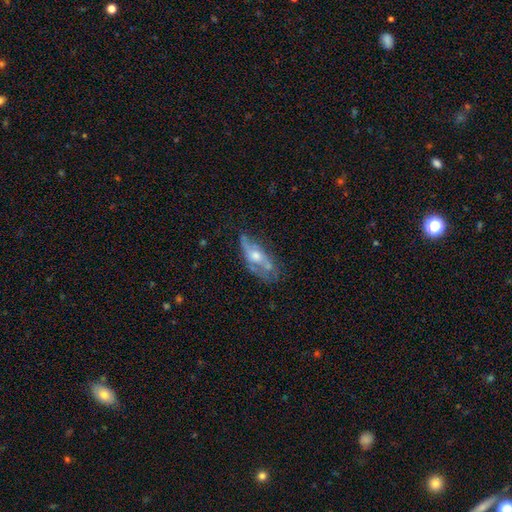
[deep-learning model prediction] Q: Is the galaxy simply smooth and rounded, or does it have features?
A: featured or disk — 60%.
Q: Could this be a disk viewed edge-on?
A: no — 76%.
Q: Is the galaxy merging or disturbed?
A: none — 41%.